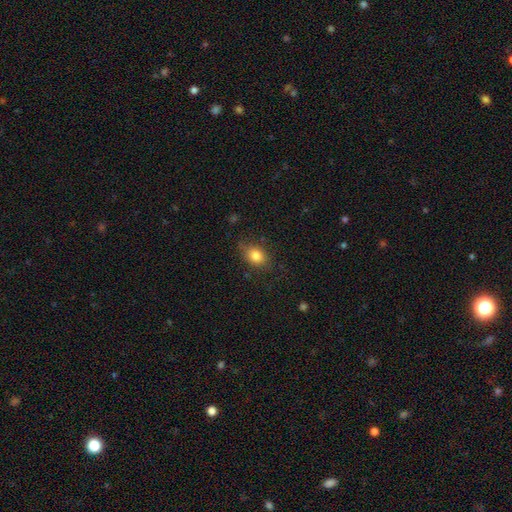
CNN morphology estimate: This appears to be a smooth galaxy with no disk features (82%) that is in between round and cigar-shaped (63%). Merging: none (74%).